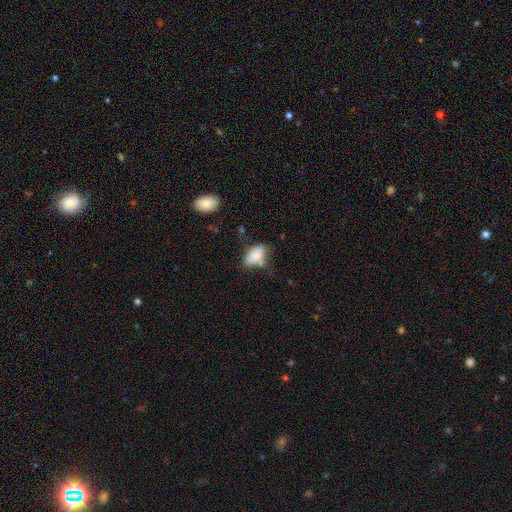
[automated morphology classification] This appears to be a smooth galaxy with no disk features (78%) that is in between round and cigar-shaped (91%). Merging: none (50%).